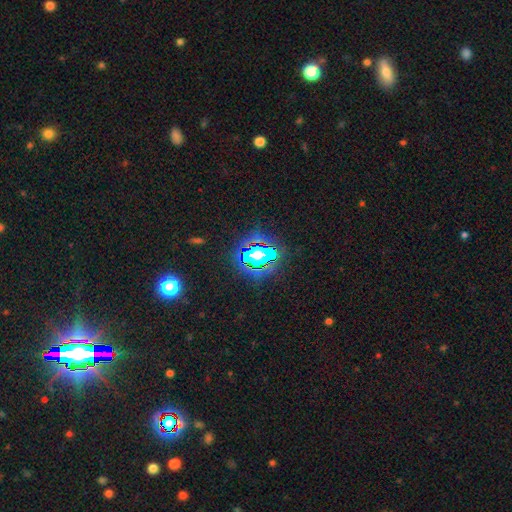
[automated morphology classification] This appears to be a star or artifact, not a galaxy (69%).